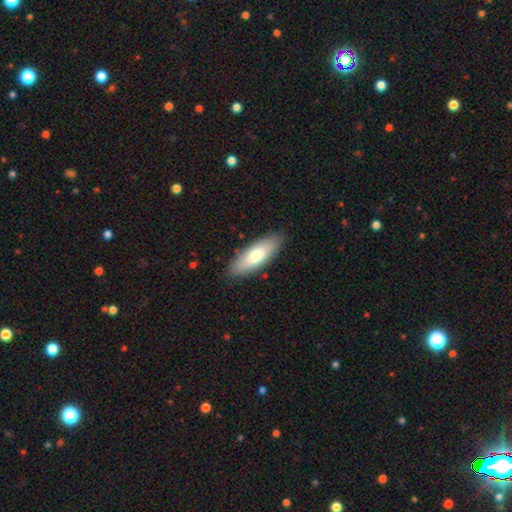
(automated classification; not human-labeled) Smooth or featured?
  - smooth: 69% *
  - featured or disk: 25%
  - star or artifact: 6%
How rounded?
  - in between: 67% *
  - cigar-shaped: 31%
  - round: 2%
Merging?
  - none: 87% *
  - minor disturbance: 10%
  - major disturbance: 2%
  - merger: 1%